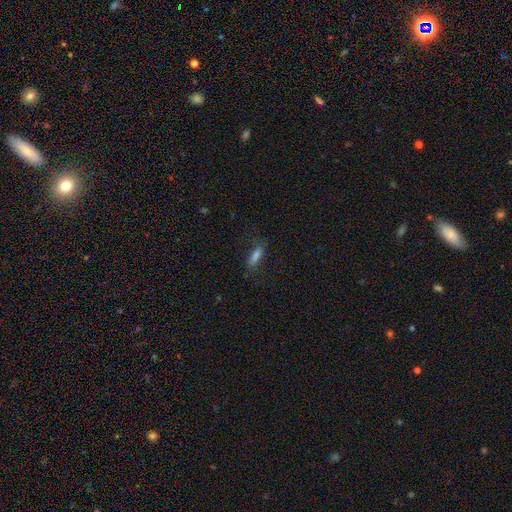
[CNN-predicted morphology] This is likely a smooth galaxy (71%). How rounded: possibly cigar-shaped (59%). Merging: likely none (69%).